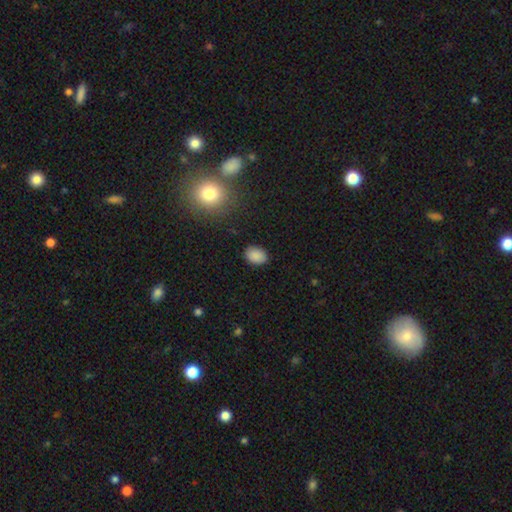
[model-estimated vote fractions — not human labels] smooth_or_featured: smooth (p=0.86) [alt: star or artifact p=0.10]
how_rounded: in between (p=0.66) [alt: round p=0.33]
merging: none (p=0.87) [alt: minor disturbance p=0.10]